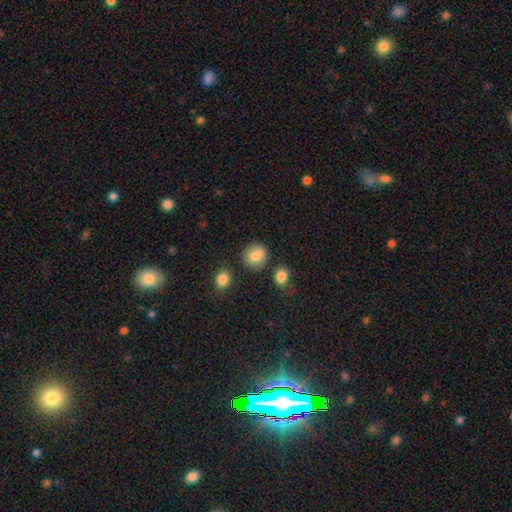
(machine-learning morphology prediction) Smooth or featured? smooth (83%)
How rounded? round (79%)
Merging? none (76%)